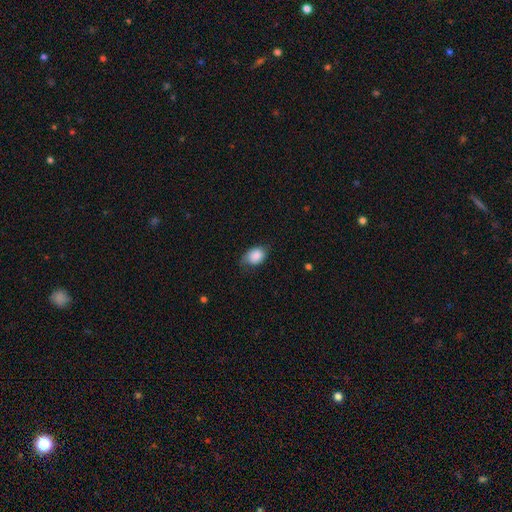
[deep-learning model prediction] Smooth or featured?
  - smooth: 84% *
  - featured or disk: 8%
  - star or artifact: 8%
How rounded?
  - in between: 72% *
  - round: 27%
  - cigar-shaped: 1%
Merging?
  - none: 60% *
  - minor disturbance: 31%
  - major disturbance: 8%
  - merger: 1%